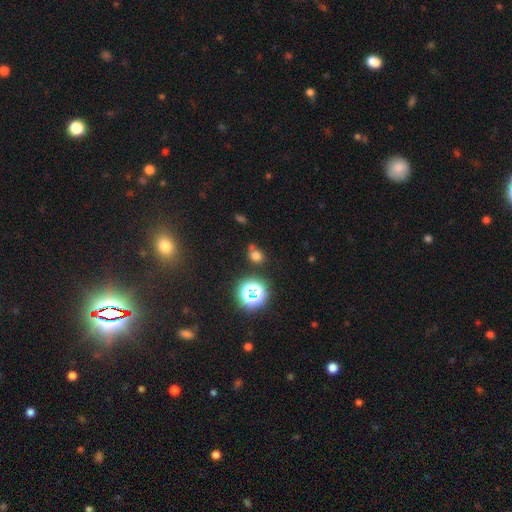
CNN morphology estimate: Smooth or featured: smooth — 65% (star or artifact — 27%)
How rounded: round — 65% (in between — 33%)
Merging: none — 67% (minor disturbance — 14%)